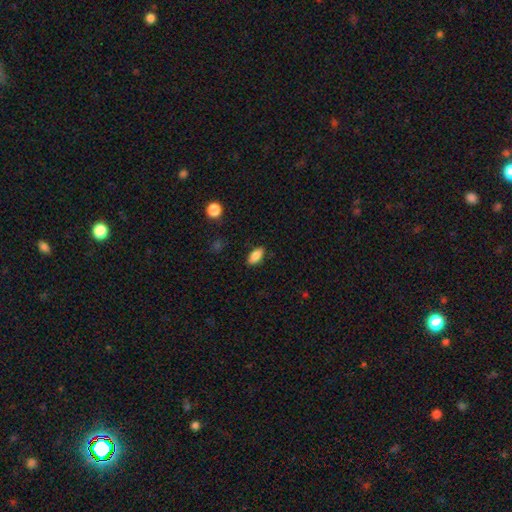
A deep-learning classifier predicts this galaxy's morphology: Smooth or featured? smooth (83%)
How rounded? in between (88%)
Merging? none (85%)